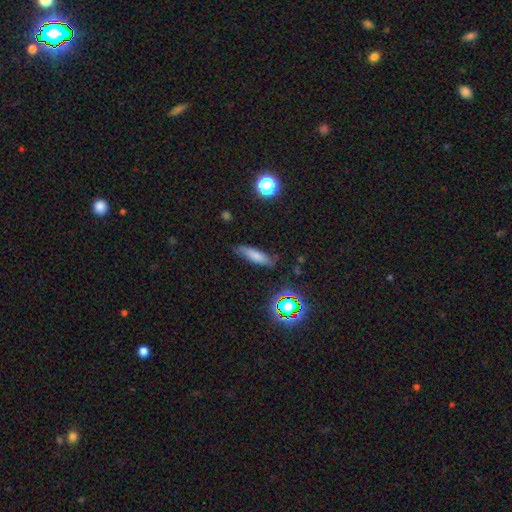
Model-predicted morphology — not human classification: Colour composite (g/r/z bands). It shows a smooth galaxy with no disk features (71%) that is cigar-shaped (60%). Merging: none (74%).